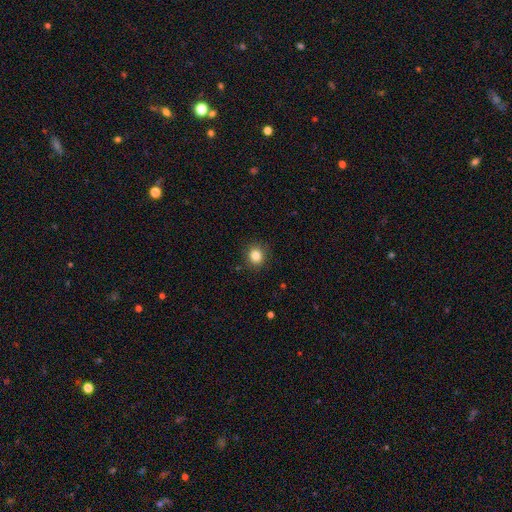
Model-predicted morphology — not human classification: smooth-or-featured: smooth: 84% | star or artifact: 11% | featured or disk: 5%
  how-rounded: round: 80% | in between: 19% | cigar-shaped: 1%
  merging: none: 89% | minor disturbance: 8% | major disturbance: 2% | merger: 1%